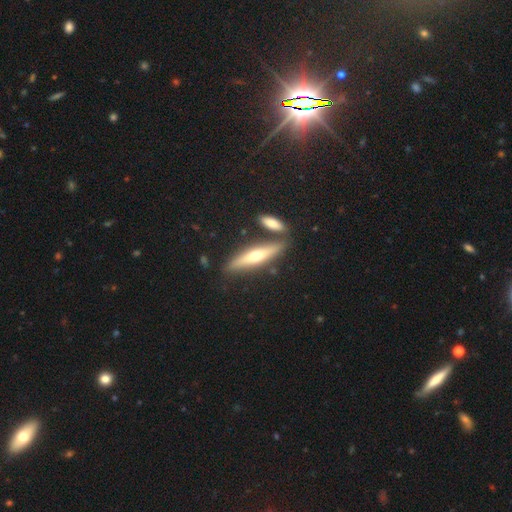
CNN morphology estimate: Q: Smooth or featured?
A: featured or disk (53%); runner-up: smooth (39%)
Q: Edge-on disk?
A: yes (90%); runner-up: no (10%)
Q: Merging?
A: none (73%); runner-up: merger (14%)